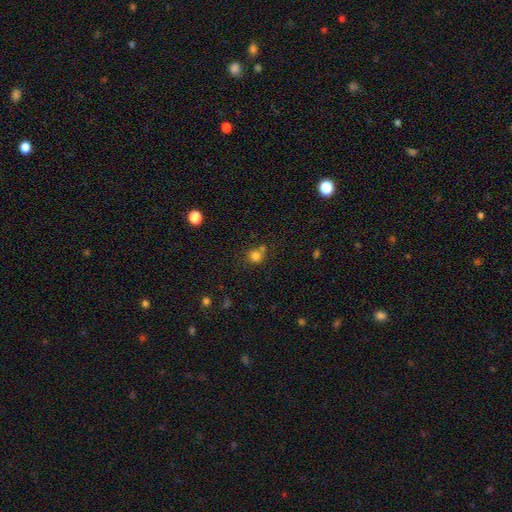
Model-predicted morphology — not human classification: Smooth or featured? Predicted: smooth (p=0.79). How rounded? Predicted: round (p=0.89). Merging? Predicted: none (p=0.61).